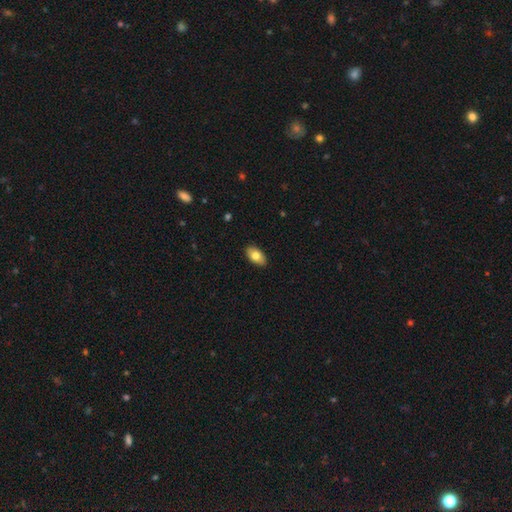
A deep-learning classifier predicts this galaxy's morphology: This is likely a smooth galaxy (78%). How rounded: clearly in between (93%). Merging: clearly none (89%).